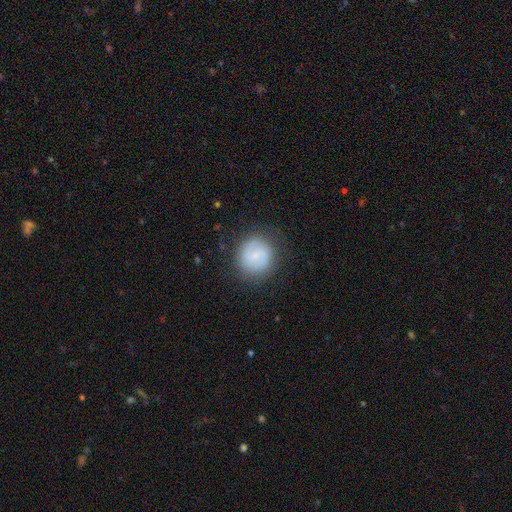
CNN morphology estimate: featured or disk 48%, smooth 45%, star or artifact 7%. Down the decision tree: merging — none (83%).